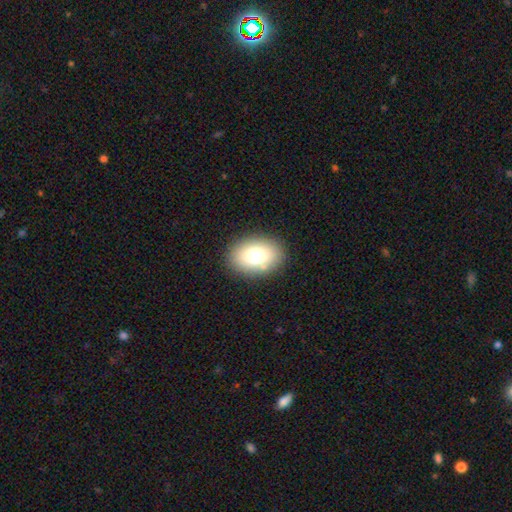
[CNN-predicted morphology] type=smooth (75%); roundness=in between (75%); merging=none (87%).